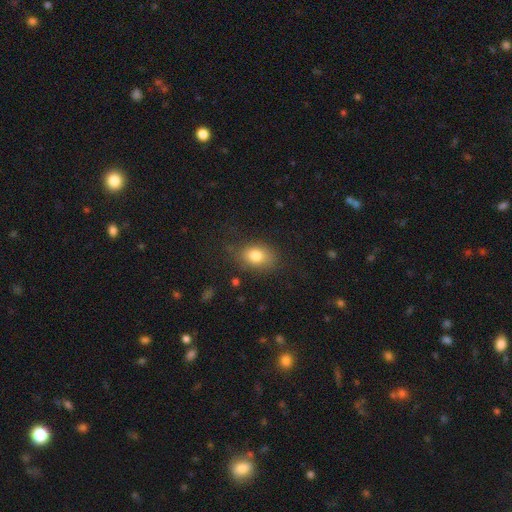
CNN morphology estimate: The model was most divided on "how rounded": in between: 74%, round: 25%, cigar-shaped: 1%. More confident: smooth or featured — smooth (80%); merging — none (74%).